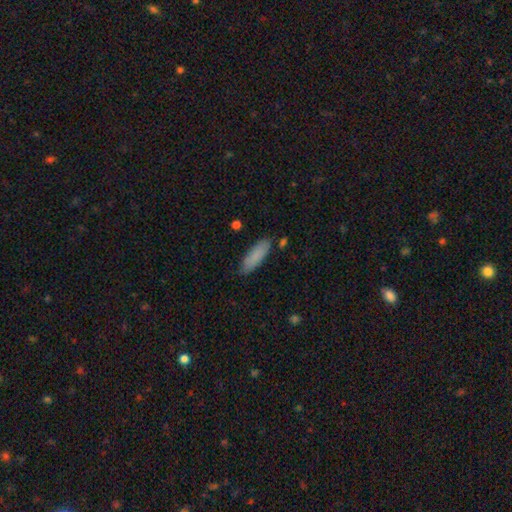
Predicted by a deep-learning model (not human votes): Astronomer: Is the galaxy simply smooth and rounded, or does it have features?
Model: smooth — 85%.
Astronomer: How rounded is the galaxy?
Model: cigar-shaped — 50% (runner-up: in between, 49%).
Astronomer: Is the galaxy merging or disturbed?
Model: none — 81%.